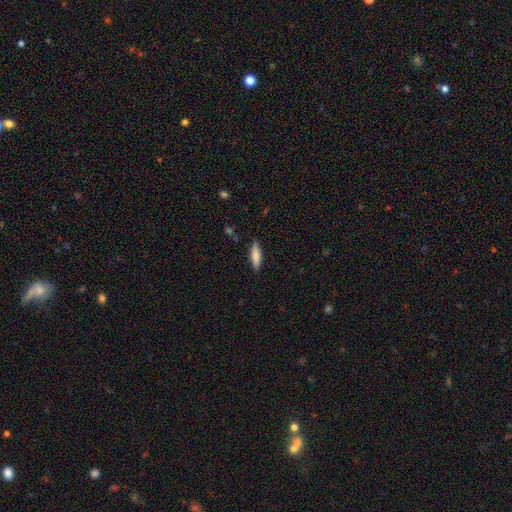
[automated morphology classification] A smooth galaxy with no disk features (77%) that is cigar-shaped (69%).

Vote fractions:
- Smooth or featured? smooth: 77% / featured or disk: 17% / star or artifact: 6%
- How rounded? cigar-shaped: 69% / in between: 29% / round: 2%
- Merging? none: 87% / minor disturbance: 10% / major disturbance: 2% / merger: 1%